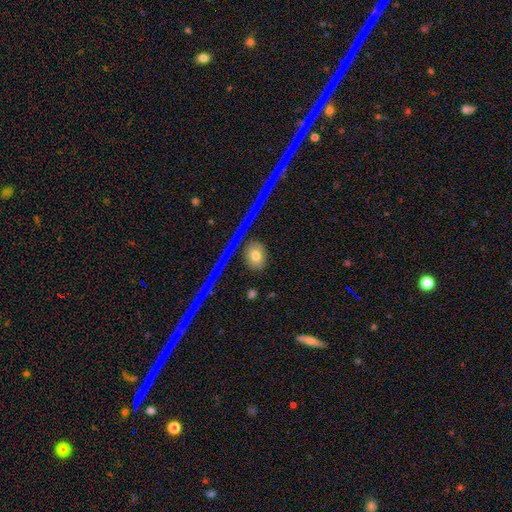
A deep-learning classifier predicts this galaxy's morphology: smooth_or_featured: smooth (p=0.75) [alt: star or artifact p=0.13]
how_rounded: round (p=0.61) [alt: in between p=0.37]
merging: none (p=0.85) [alt: minor disturbance p=0.09]